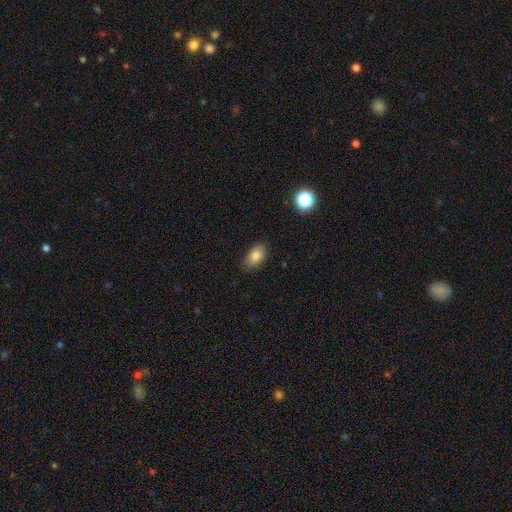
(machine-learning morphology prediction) type=smooth (82%); roundness=in between (90%); merging=none (83%).